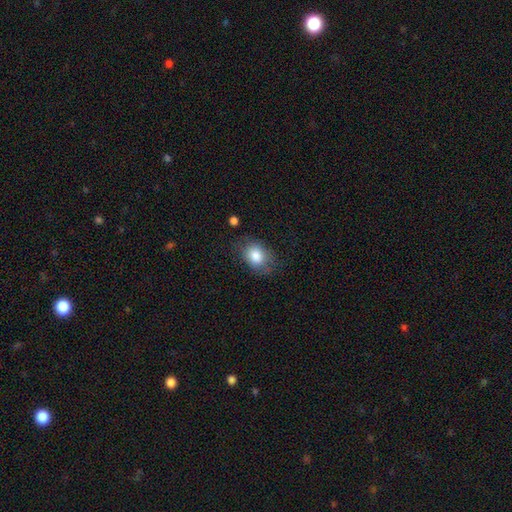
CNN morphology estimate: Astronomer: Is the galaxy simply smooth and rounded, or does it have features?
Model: smooth — 81%.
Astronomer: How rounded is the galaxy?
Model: in between — 70%.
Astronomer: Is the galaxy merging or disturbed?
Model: none — 63%.